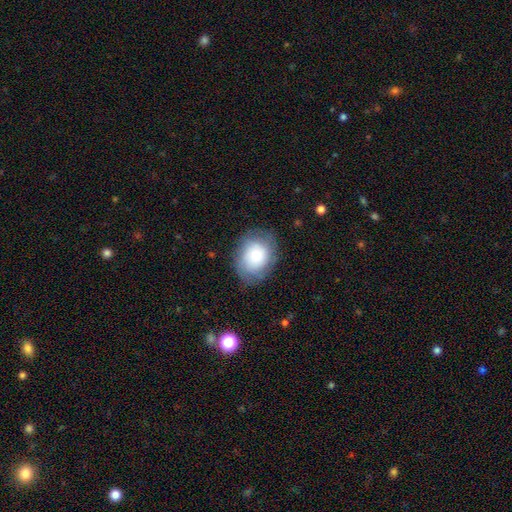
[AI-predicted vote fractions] smooth-or-featured: smooth: 70% | featured or disk: 22% | star or artifact: 8%
  how-rounded: in between: 58% | round: 41% | cigar-shaped: 1%
  merging: none: 73% | minor disturbance: 19% | major disturbance: 7% | merger: 1%